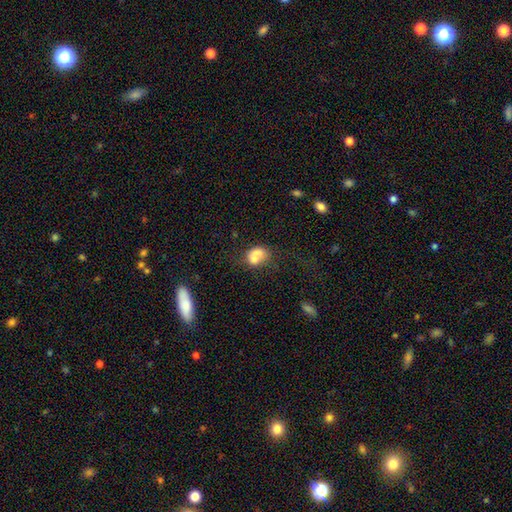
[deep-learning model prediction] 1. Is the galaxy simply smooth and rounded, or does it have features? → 71% smooth, 19% featured or disk, 11% star or artifact.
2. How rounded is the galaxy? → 59% in between, 39% round, 1% cigar-shaped.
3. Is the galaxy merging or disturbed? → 42% merger, 31% none, 17% minor disturbance, 10% major disturbance.